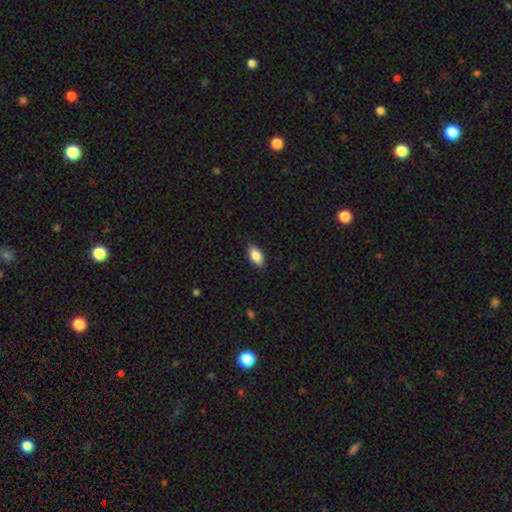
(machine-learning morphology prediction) A smooth galaxy with no disk features (84%) that is in between round and cigar-shaped (91%). Merging: none (83%).